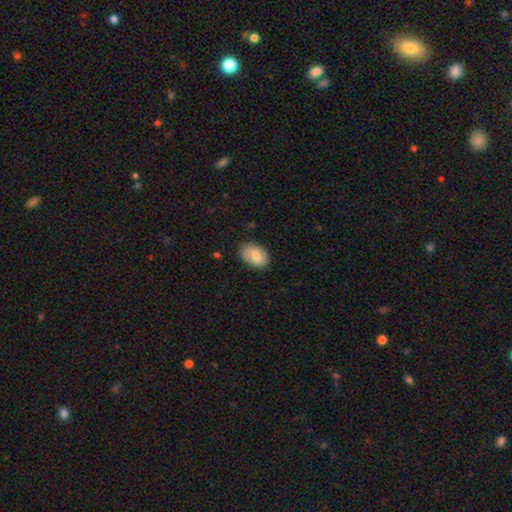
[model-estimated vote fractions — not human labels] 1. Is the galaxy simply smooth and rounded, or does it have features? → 67% smooth, 26% featured or disk, 7% star or artifact.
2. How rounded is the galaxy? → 86% in between, 13% round, 1% cigar-shaped.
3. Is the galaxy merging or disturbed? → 78% none, 17% minor disturbance, 3% major disturbance, 1% merger.